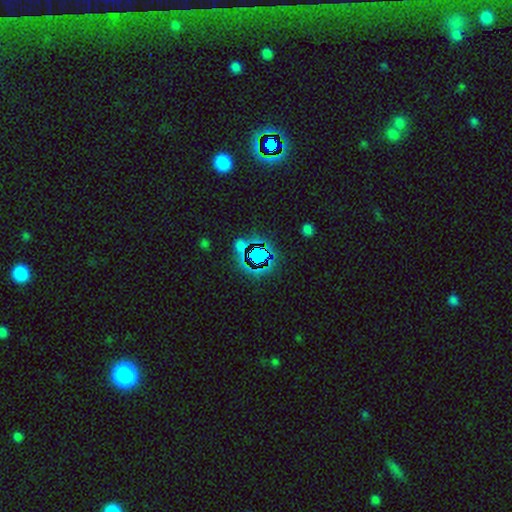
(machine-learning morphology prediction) Smooth or featured?
  - star or artifact: 69% *
  - smooth: 21%
  - featured or disk: 10%